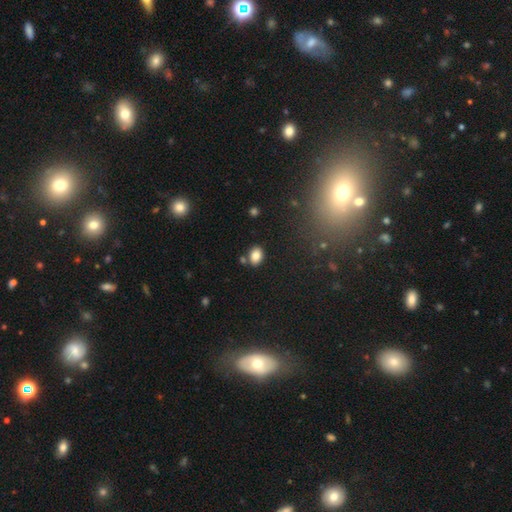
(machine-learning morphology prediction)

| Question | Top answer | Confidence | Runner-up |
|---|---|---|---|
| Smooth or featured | smooth | 83% | star or artifact (10%) |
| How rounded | in between | 77% | round (22%) |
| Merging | none | 79% | minor disturbance (11%) |